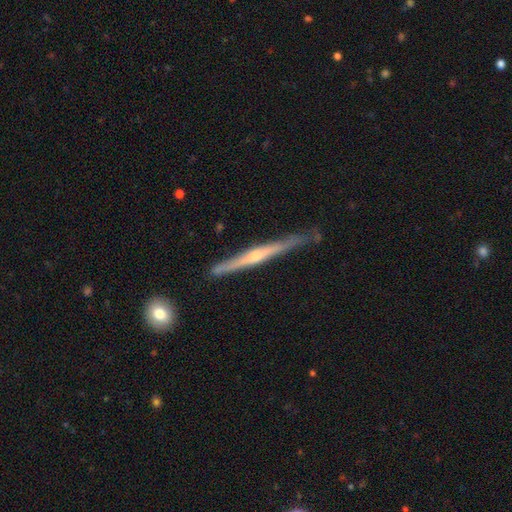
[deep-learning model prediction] A featured or disk galaxy (79%) viewed edge-on (97%) with a rounded central bulge (79%).

Vote fractions:
- Smooth or featured? featured or disk: 79% / smooth: 16% / star or artifact: 5%
- Edge-on disk? yes: 97% / no: 3%
- Edge-on bulge? rounded: 79% / none: 17% / boxy: 4%
- Merging? none: 80% / minor disturbance: 15% / major disturbance: 2% / merger: 2%